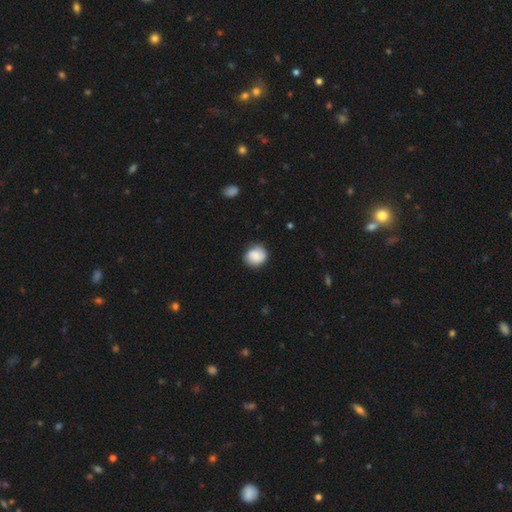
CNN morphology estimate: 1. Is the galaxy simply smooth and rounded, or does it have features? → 80% smooth, 12% featured or disk, 8% star or artifact.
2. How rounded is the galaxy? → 81% round, 18% in between, 1% cigar-shaped.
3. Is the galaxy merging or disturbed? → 81% none, 14% minor disturbance, 3% major disturbance, 1% merger.